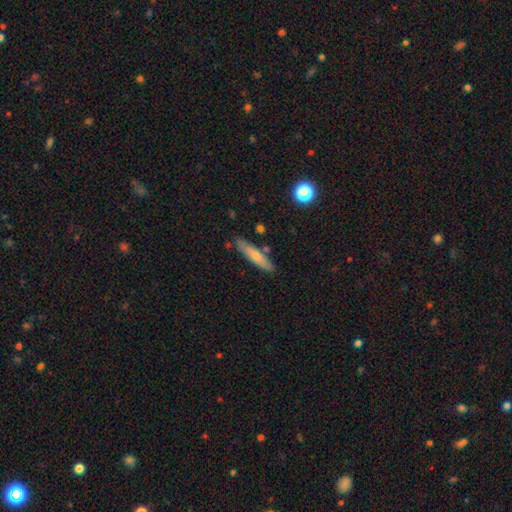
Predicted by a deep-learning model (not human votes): smooth_or_featured: smooth (p=0.66) [alt: featured or disk p=0.28]
how_rounded: cigar-shaped (p=0.84) [alt: in between p=0.14]
merging: none (p=0.80) [alt: minor disturbance p=0.13]